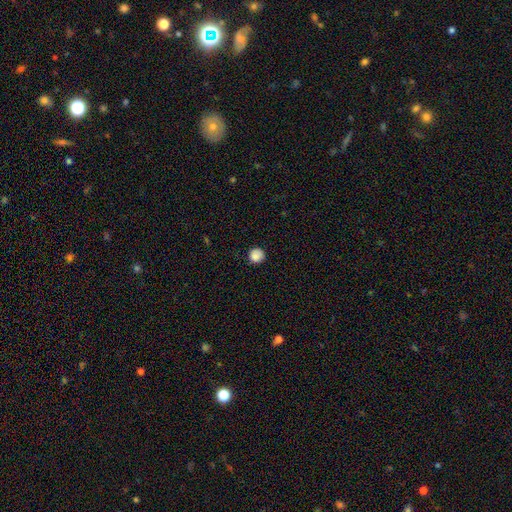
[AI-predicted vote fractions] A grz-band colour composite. It shows a smooth galaxy with no disk features (86%) that is round (94%). Merging: none (84%).